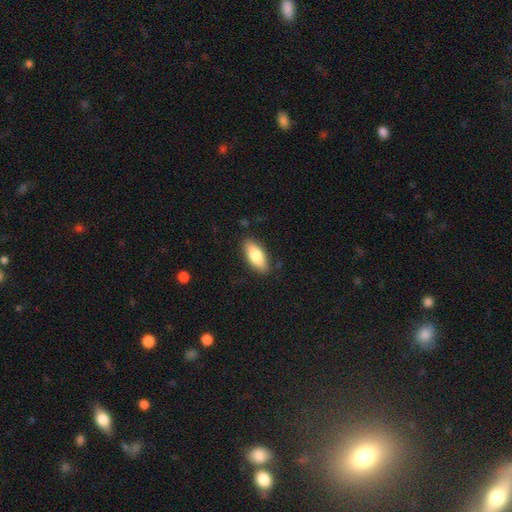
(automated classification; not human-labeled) The model was most divided on "smooth or featured": smooth: 78%, featured or disk: 16%, star or artifact: 6%. More confident: merging — none (86%); how rounded — in between (81%).